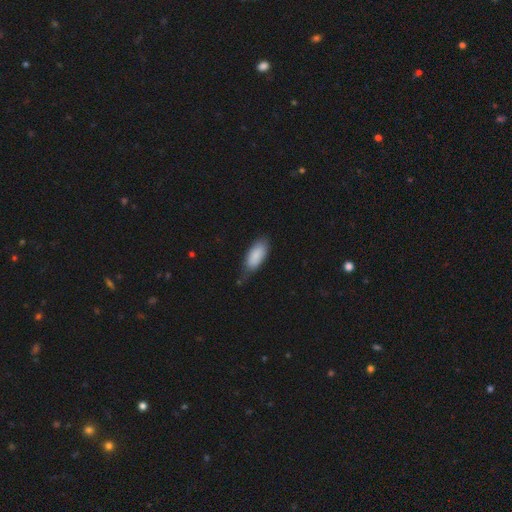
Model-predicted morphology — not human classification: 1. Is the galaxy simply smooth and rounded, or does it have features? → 86% smooth, 8% featured or disk, 6% star or artifact.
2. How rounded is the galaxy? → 85% in between, 13% cigar-shaped, 2% round.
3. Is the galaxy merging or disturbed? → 59% none, 31% minor disturbance, 7% major disturbance, 2% merger.